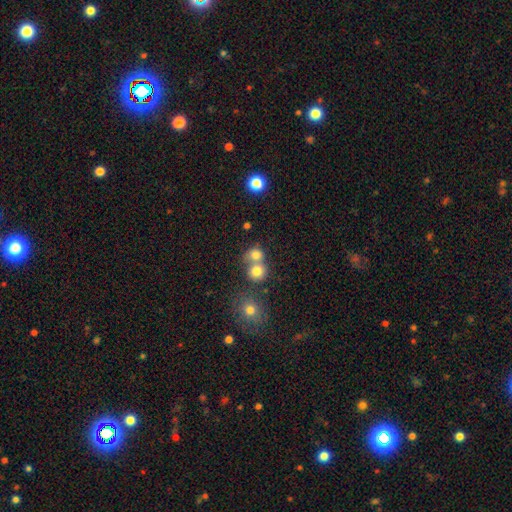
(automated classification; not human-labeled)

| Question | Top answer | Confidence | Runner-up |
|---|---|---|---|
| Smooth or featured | smooth | 77% | star or artifact (12%) |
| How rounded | round | 79% | in between (20%) |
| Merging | merger | 51% | none (40%) |